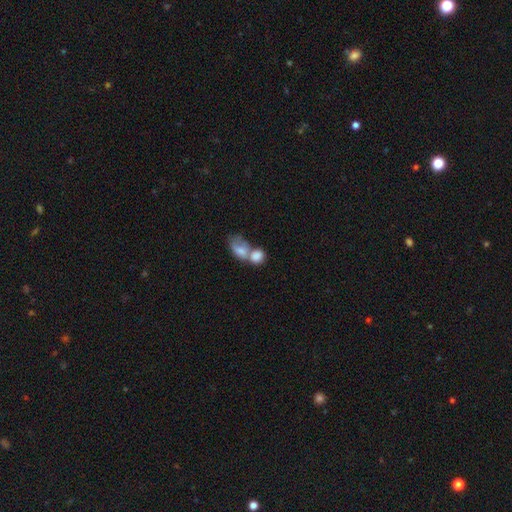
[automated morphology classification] smooth 76%, featured or disk 16%, star or artifact 7%. Down the decision tree: how rounded — in between (69%); merging — merger (73%).